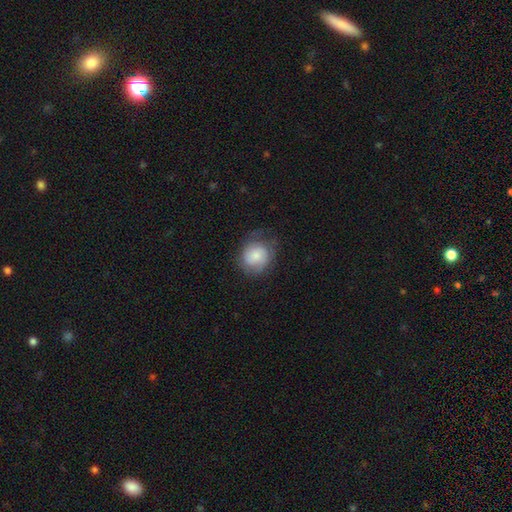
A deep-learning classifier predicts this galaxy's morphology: Smooth or featured? Predicted: smooth (p=0.72). How rounded? Predicted: round (p=0.77). Merging? Predicted: none (p=0.63).